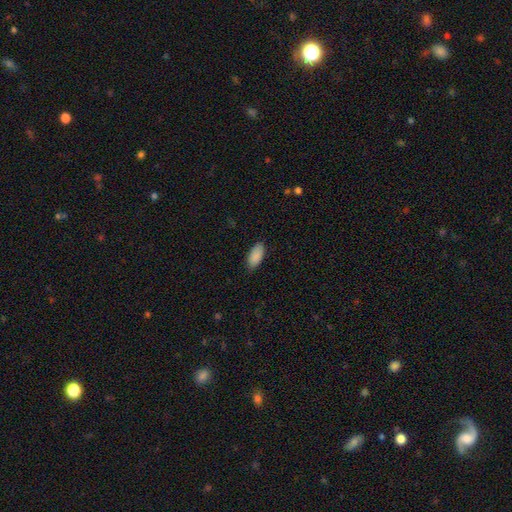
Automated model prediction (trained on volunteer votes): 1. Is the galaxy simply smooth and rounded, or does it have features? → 90% smooth, 6% star or artifact, 4% featured or disk.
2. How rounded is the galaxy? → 92% in between, 6% cigar-shaped, 2% round.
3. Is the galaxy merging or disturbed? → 85% none, 12% minor disturbance, 2% major disturbance, 1% merger.